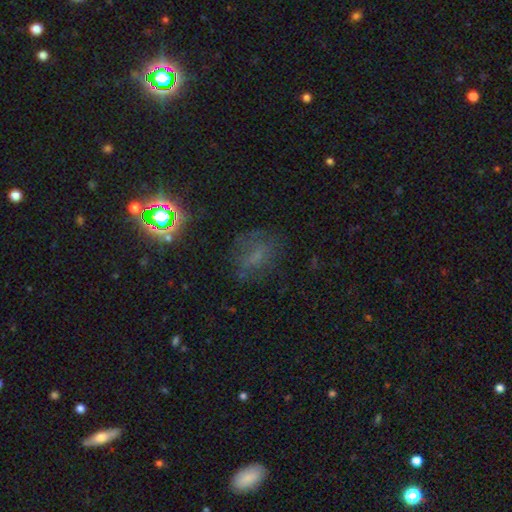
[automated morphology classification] Smooth or featured? smooth (39%)
Merging? none (61%)